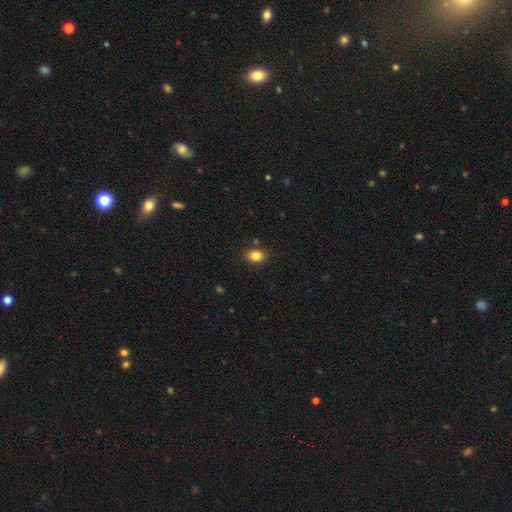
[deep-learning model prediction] smooth_or_featured: smooth (p=0.84) [alt: star or artifact p=0.11]
how_rounded: in between (p=0.53) [alt: round p=0.46]
merging: none (p=0.86) [alt: minor disturbance p=0.09]